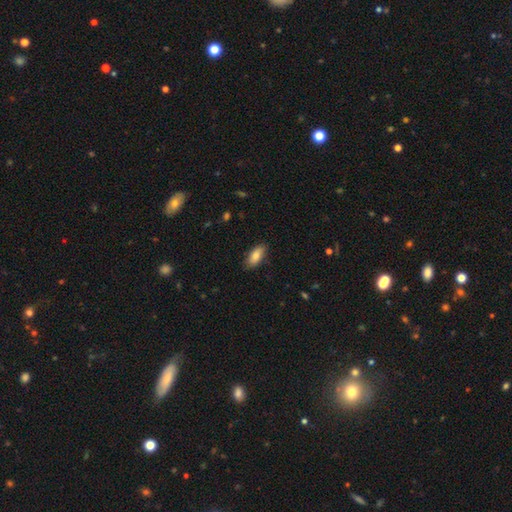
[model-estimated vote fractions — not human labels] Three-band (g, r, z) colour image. It shows a smooth galaxy with no disk features (80%) that is in between round and cigar-shaped (87%). Merging: none (84%).